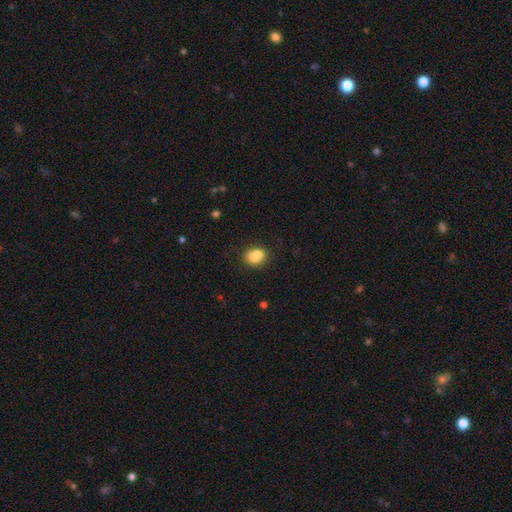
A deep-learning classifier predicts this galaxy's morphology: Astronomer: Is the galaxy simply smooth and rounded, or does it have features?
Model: smooth — 77%.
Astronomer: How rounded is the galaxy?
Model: round — 51% (runner-up: in between, 48%).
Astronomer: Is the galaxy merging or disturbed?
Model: none — 45% (runner-up: merger, 36%).